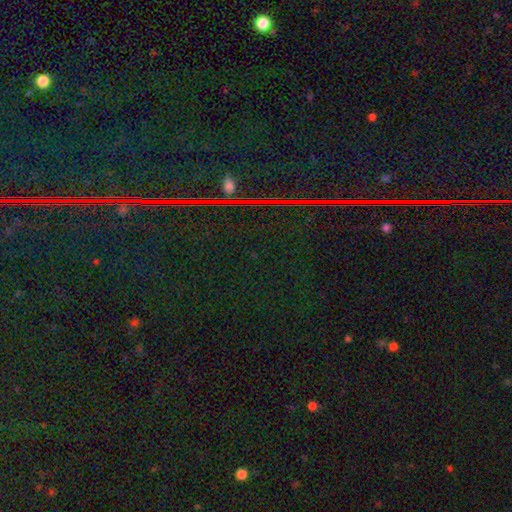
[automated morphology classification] A star or artifact, not a galaxy (86%).